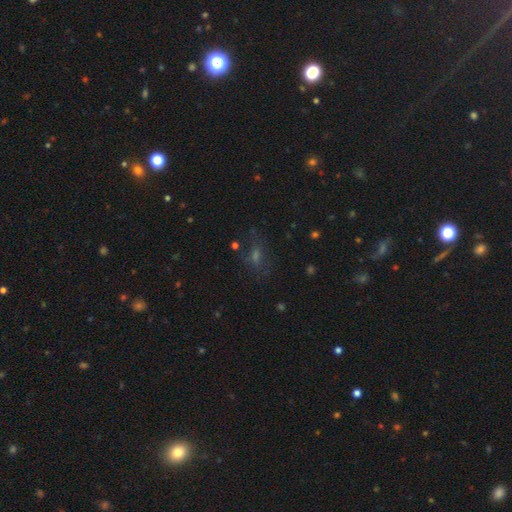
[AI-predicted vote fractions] Smooth or featured?
  - star or artifact: 39% *
  - smooth: 38%
  - featured or disk: 24%